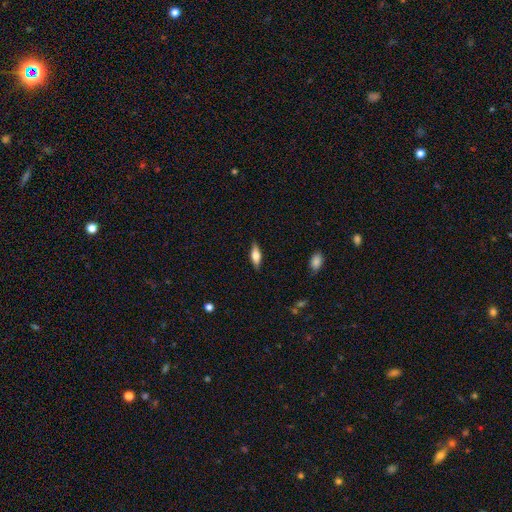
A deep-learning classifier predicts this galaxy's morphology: A smooth galaxy with no disk features (59%) that is in between round and cigar-shaped (63%). Merging: none (86%).